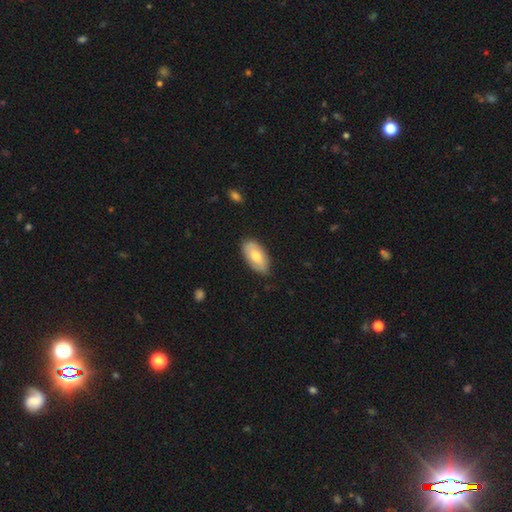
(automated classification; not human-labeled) The model was most divided on "smooth or featured": smooth: 65%, featured or disk: 30%, star or artifact: 5%. More confident: how rounded — in between (94%); merging — none (81%).